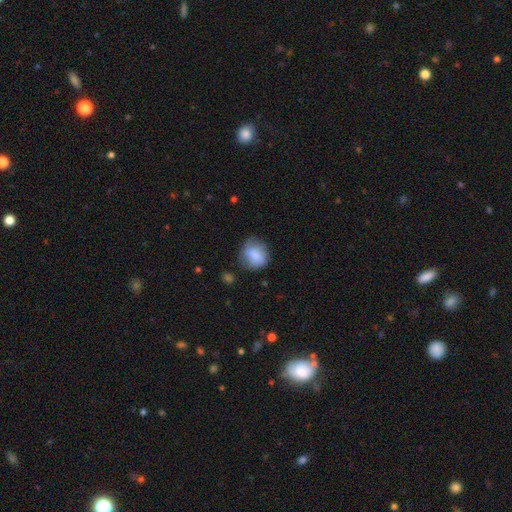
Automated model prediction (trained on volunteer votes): smooth_or_featured: smooth (p=0.80) [alt: featured or disk p=0.12]
how_rounded: round (p=0.72) [alt: in between p=0.27]
merging: none (p=0.64) [alt: minor disturbance p=0.26]